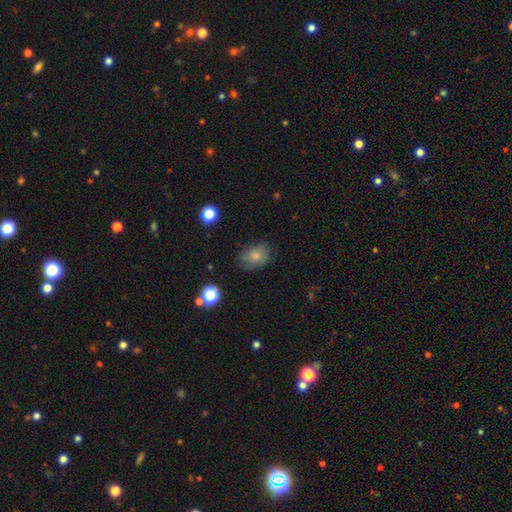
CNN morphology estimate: type=smooth (75%); roundness=in between (70%); merging=none (65%).